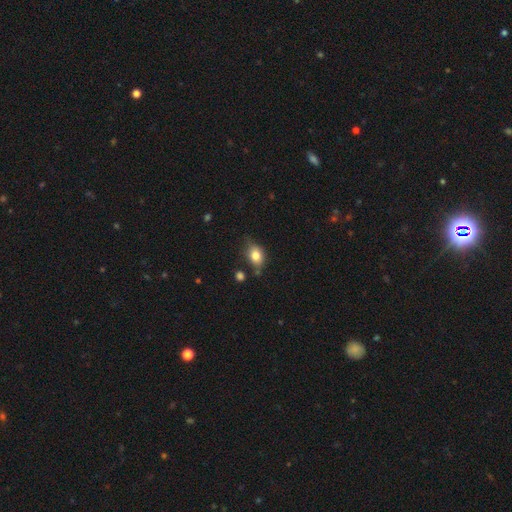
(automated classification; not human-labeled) This appears to be a smooth galaxy with no disk features (80%) that is in between round and cigar-shaped (68%). Merging: none (63%).